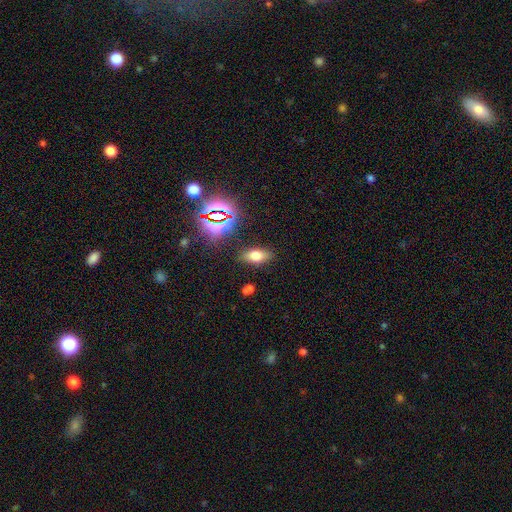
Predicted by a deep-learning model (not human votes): The model was most divided on "smooth or featured": smooth: 68%, star or artifact: 18%, featured or disk: 14%. More confident: how rounded — in between (84%); merging — none (84%).